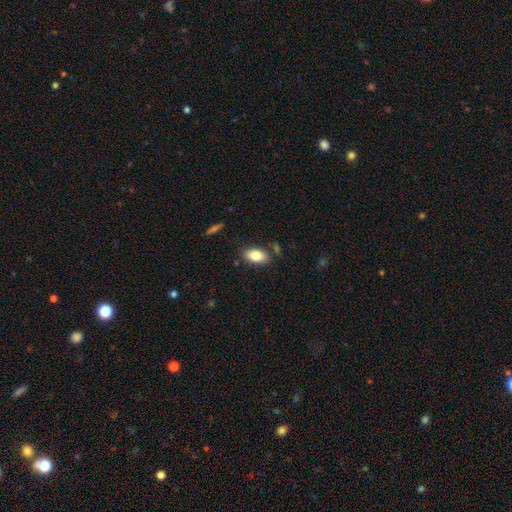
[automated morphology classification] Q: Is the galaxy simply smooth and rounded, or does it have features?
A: smooth — 82%.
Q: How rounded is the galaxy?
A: in between — 93%.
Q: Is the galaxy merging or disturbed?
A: none — 82%.